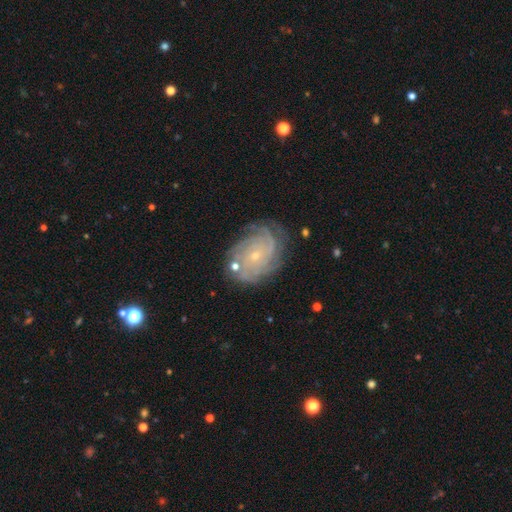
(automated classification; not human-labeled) smooth_or_featured: featured or disk (p=0.81) [alt: smooth p=0.11]
disk_edge_on: no (p=0.97) [alt: yes p=0.03]
bar: no (p=0.81) [alt: weak p=0.16]
has_spiral_arms: yes (p=0.94) [alt: no p=0.06]
spiral_winding: tight (p=0.76) [alt: medium p=0.19]
spiral_arm_count: can't tell (p=0.36) [alt: 4 p=0.20]
bulge_size: small (p=0.83) [alt: moderate p=0.14]
merging: none (p=0.74) [alt: minor disturbance p=0.17]